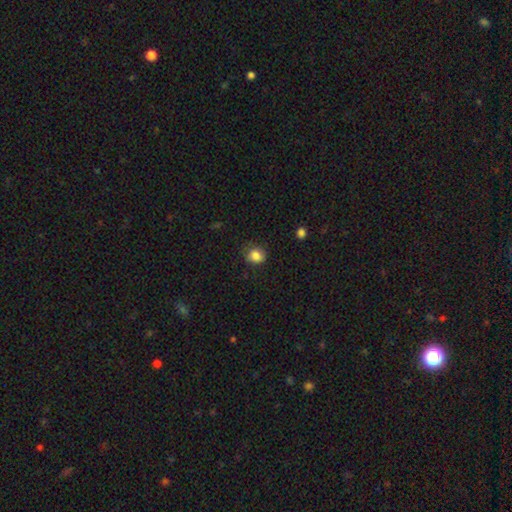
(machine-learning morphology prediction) This is clearly a smooth galaxy (84%). How rounded: likely round (68%). Merging: likely none (72%).